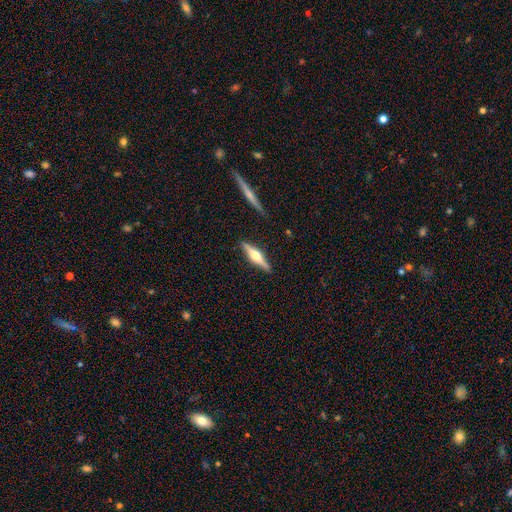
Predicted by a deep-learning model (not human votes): Smooth or featured? Predicted: featured or disk (p=0.69). Edge-on disk? Predicted: yes (p=0.97). Edge-on bulge? Predicted: rounded (p=0.94). Merging? Predicted: none (p=0.88).